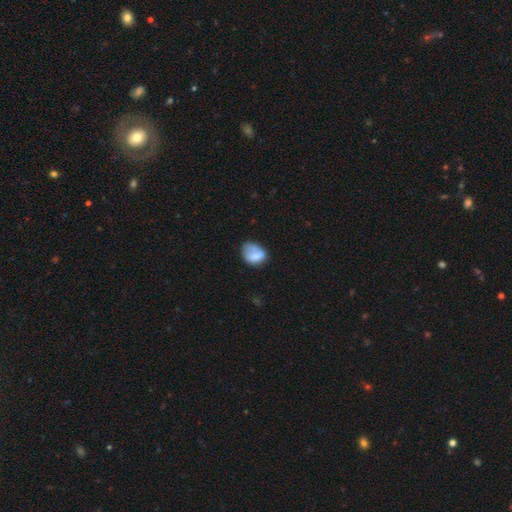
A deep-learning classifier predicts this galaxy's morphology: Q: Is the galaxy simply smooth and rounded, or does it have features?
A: smooth — 71%.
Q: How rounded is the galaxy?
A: in between — 63%.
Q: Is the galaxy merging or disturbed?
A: none — 39%.